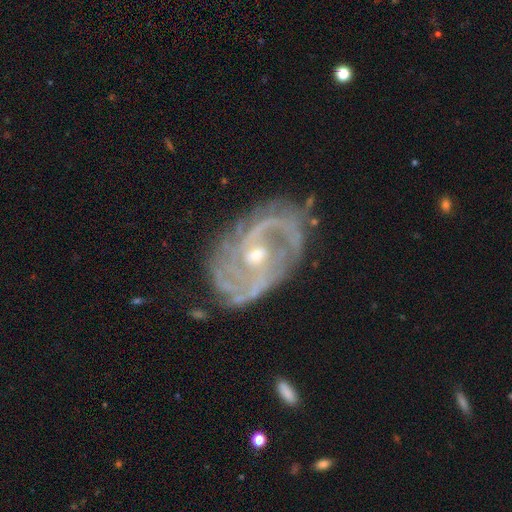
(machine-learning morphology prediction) Q: Smooth or featured?
A: featured or disk (90%); runner-up: star or artifact (5%)
Q: Edge-on disk?
A: no (97%); runner-up: yes (3%)
Q: Bar?
A: no (52%); runner-up: weak (37%)
Q: Spiral arms?
A: yes (96%); runner-up: no (4%)
Q: Spiral winding?
A: tight (49%); runner-up: medium (39%)
Q: Spiral arm count?
A: 2 (38%); runner-up: can't tell (21%)
Q: Bulge size?
A: small (60%); runner-up: moderate (37%)
Q: Merging?
A: none (69%); runner-up: minor disturbance (19%)